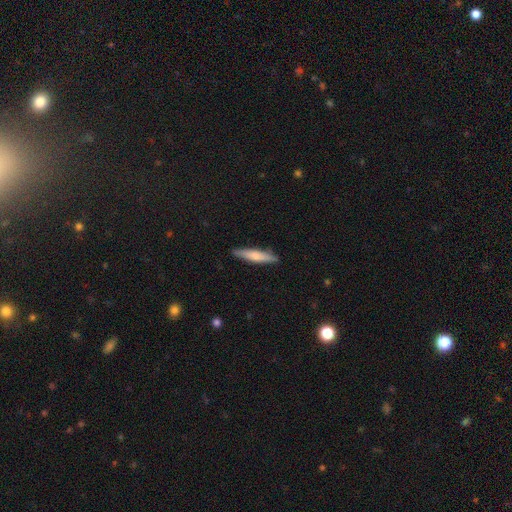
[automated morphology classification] The model was most divided on "smooth or featured": smooth: 65%, featured or disk: 30%, star or artifact: 5%. More confident: merging — none (88%); how rounded — cigar-shaped (87%).